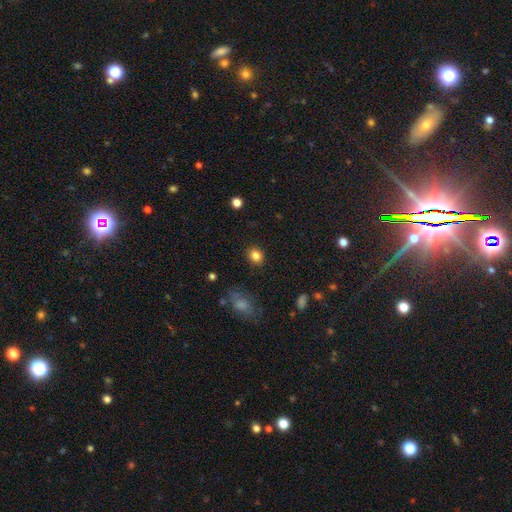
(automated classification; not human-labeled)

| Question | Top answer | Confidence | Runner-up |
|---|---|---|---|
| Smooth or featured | smooth | 84% | star or artifact (11%) |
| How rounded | round | 69% | in between (30%) |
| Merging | none | 88% | minor disturbance (8%) |